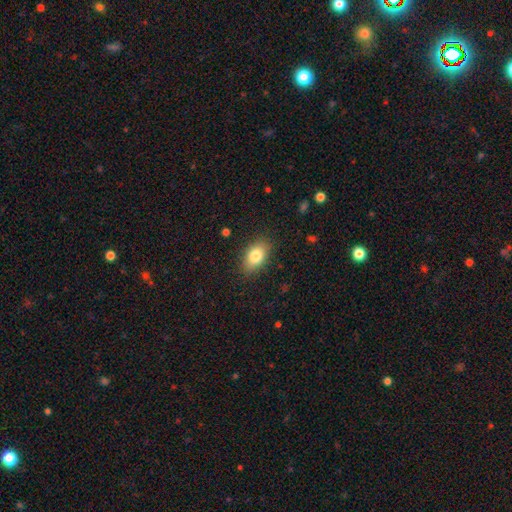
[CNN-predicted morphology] The model was most divided on "smooth or featured": smooth: 82%, featured or disk: 10%, star or artifact: 8%. More confident: how rounded — in between (88%); merging — none (85%).